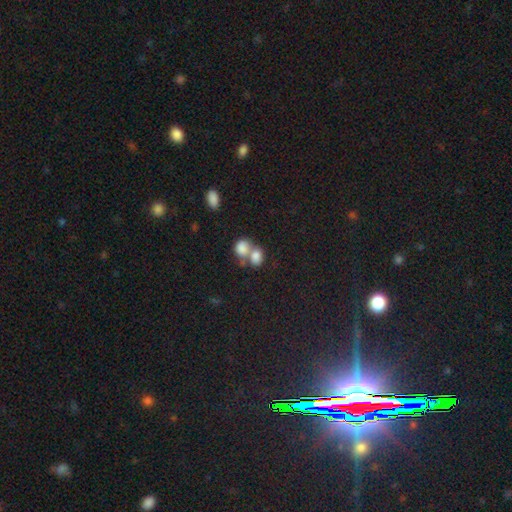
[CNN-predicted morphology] Q: Smooth or featured?
A: smooth (80%); runner-up: featured or disk (11%)
Q: How rounded?
A: in between (61%); runner-up: round (38%)
Q: Merging?
A: merger (69%); runner-up: none (21%)